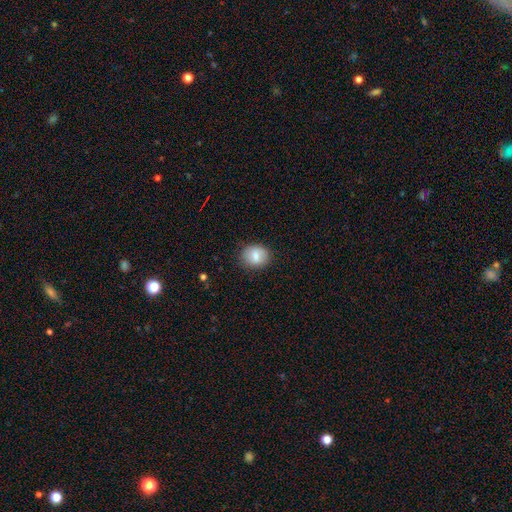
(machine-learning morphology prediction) Overall: smooth (79%). How rounded: round (60%; in between 39%). Merging: none (82%).